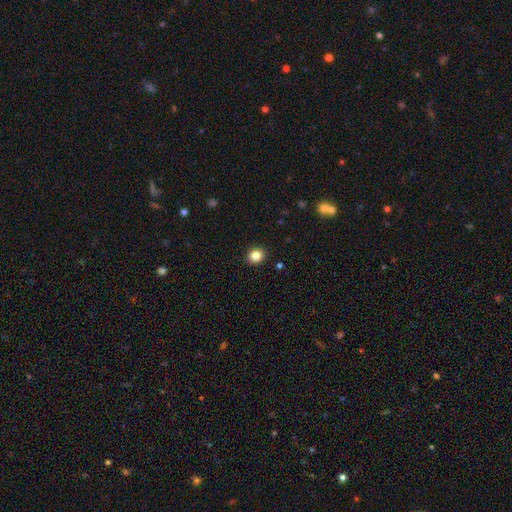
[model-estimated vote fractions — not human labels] Q: Smooth or featured?
A: smooth (85%); runner-up: star or artifact (11%)
Q: How rounded?
A: round (75%); runner-up: in between (24%)
Q: Merging?
A: none (92%); runner-up: minor disturbance (6%)